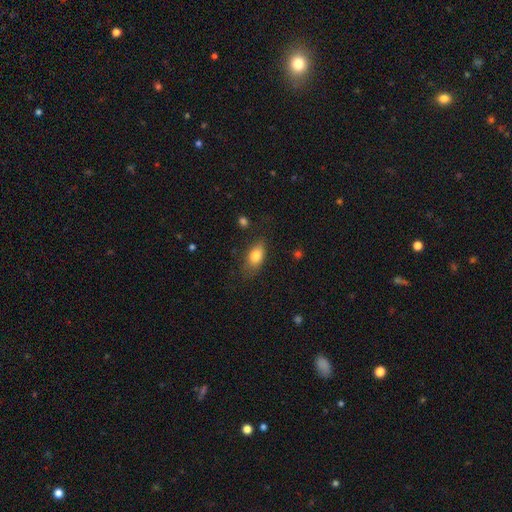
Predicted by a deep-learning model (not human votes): Q: Smooth or featured?
A: smooth (80%); runner-up: featured or disk (12%)
Q: How rounded?
A: in between (86%); runner-up: round (9%)
Q: Merging?
A: none (71%); runner-up: minor disturbance (20%)